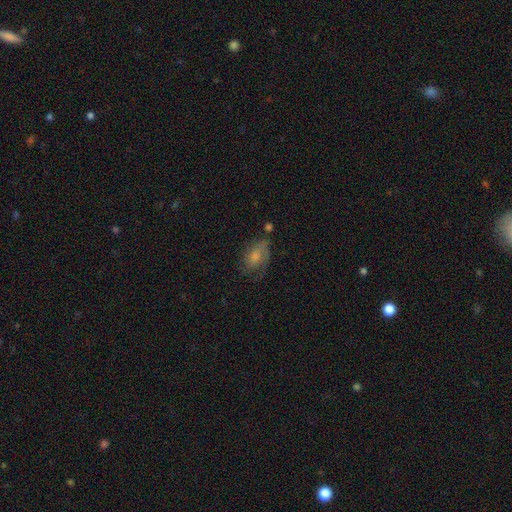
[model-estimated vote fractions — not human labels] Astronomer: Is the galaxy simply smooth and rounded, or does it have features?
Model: smooth — 56% (runner-up: featured or disk, 35%).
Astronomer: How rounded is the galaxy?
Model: in between — 84%.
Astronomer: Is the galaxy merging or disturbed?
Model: none — 48% (runner-up: minor disturbance, 29%).